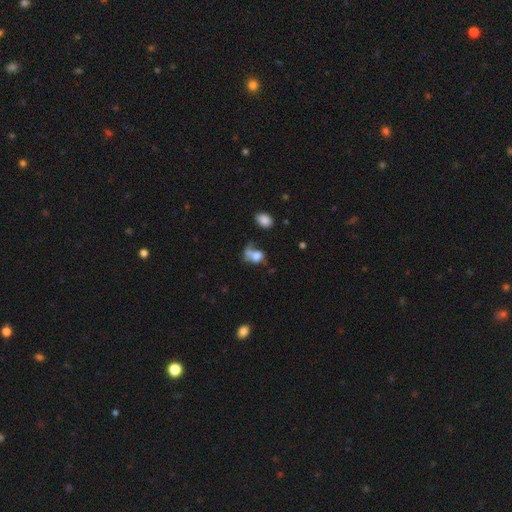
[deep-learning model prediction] Q: Smooth or featured?
A: smooth (68%); runner-up: featured or disk (19%)
Q: How rounded?
A: in between (64%); runner-up: round (34%)
Q: Merging?
A: merger (34%); runner-up: none (27%)